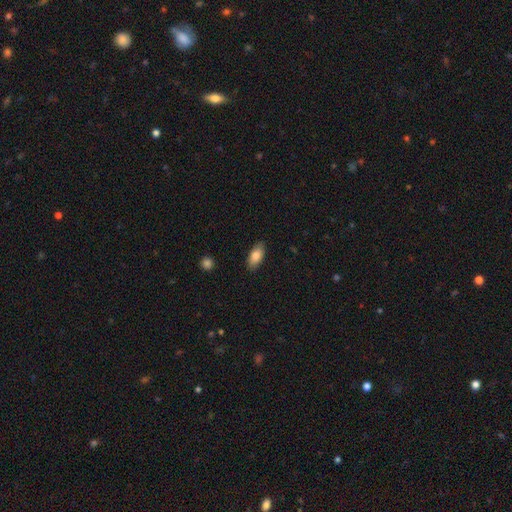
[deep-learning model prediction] Smooth or featured: smooth — 84% (featured or disk — 10%)
How rounded: in between — 89% (cigar-shaped — 8%)
Merging: none — 87% (minor disturbance — 10%)